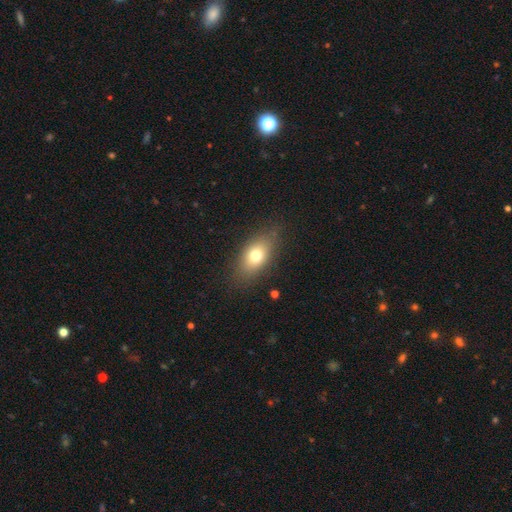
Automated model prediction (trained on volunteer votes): smooth 73%, featured or disk 17%, star or artifact 10%. Down the decision tree: how rounded — in between (83%); merging — none (82%).